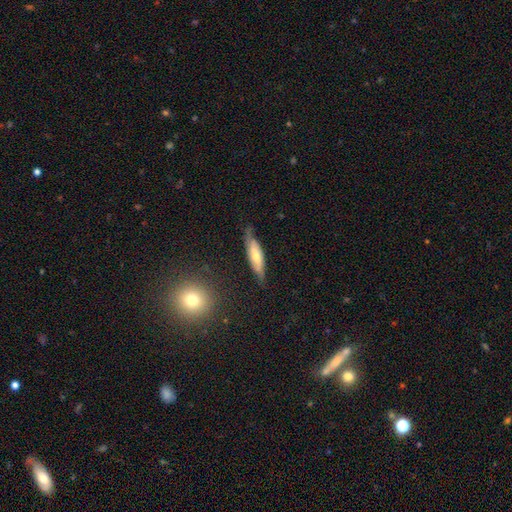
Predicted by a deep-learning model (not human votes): smooth-or-featured: featured or disk: 51% | smooth: 42% | star or artifact: 7%
  disk-edge-on: no: 53% | yes: 47%
  merging: none: 68% | minor disturbance: 24% | major disturbance: 6% | merger: 2%